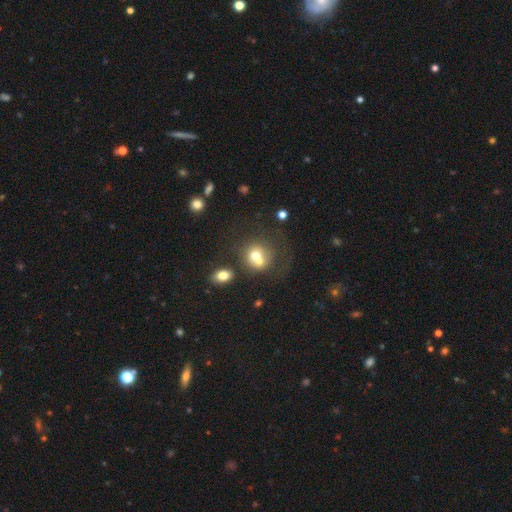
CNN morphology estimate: This is likely a smooth galaxy (64%). How rounded: likely round (76%). Merging: possibly merger (54%).